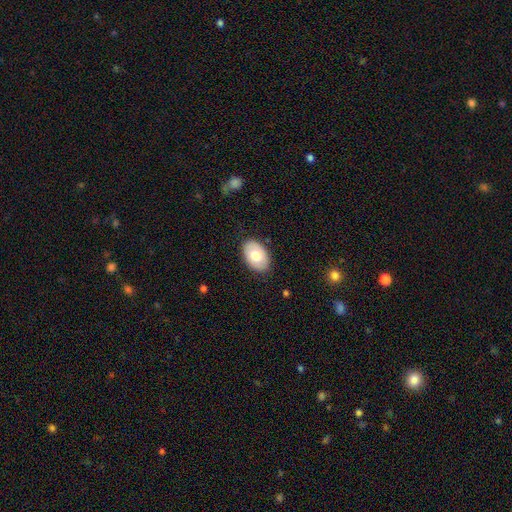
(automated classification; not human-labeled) Smooth or featured: smooth — 73% (featured or disk — 20%)
How rounded: in between — 88% (round — 11%)
Merging: none — 86% (minor disturbance — 11%)